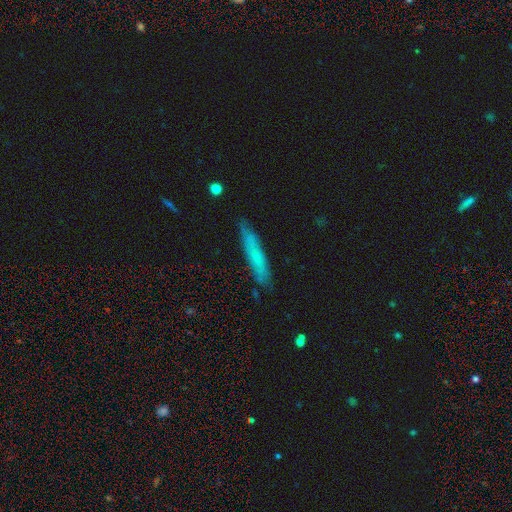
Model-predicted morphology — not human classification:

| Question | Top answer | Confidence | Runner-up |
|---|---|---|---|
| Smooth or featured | smooth | 64% | featured or disk (29%) |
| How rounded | cigar-shaped | 91% | in between (8%) |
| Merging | none | 82% | minor disturbance (14%) |